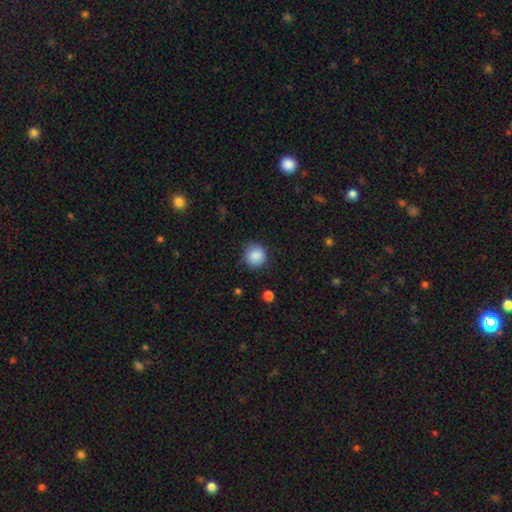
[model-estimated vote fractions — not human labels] Overall: smooth (87%). How rounded: round (92%). Merging: none (82%).